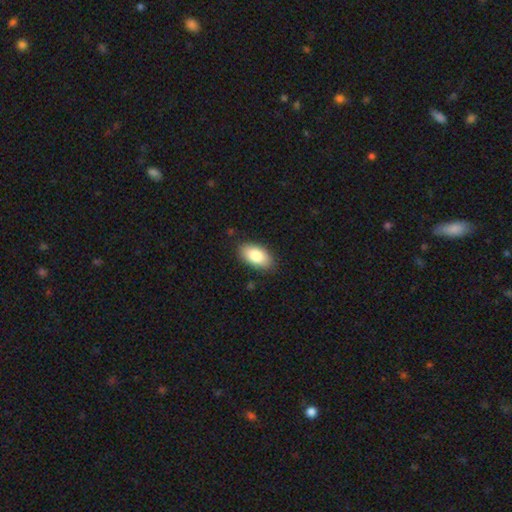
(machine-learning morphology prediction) A smooth galaxy with no disk features (86%) that is in between round and cigar-shaped (94%). Merging: none (85%).